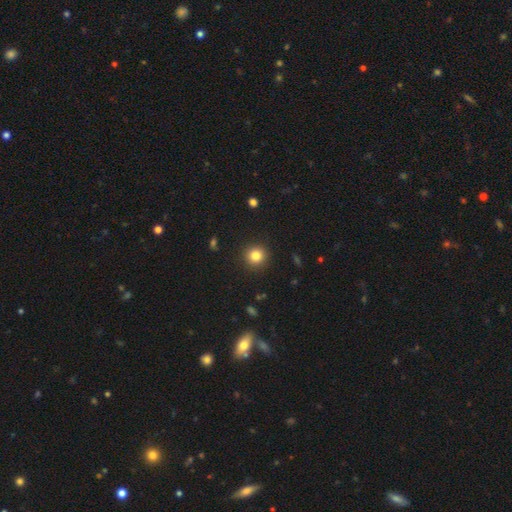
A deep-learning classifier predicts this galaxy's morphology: Smooth or featured? smooth (83%)
How rounded? round (94%)
Merging? none (92%)